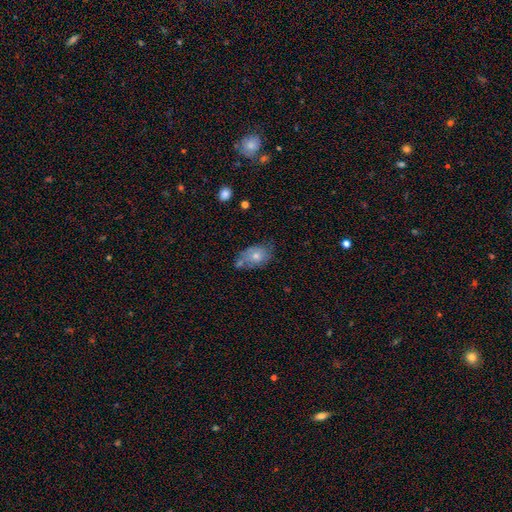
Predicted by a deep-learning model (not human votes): smooth-or-featured: smooth: 66% | featured or disk: 26% | star or artifact: 8%
  how-rounded: in between: 78% | round: 21% | cigar-shaped: 2%
  merging: none: 46% | minor disturbance: 28% | merger: 17% | major disturbance: 9%